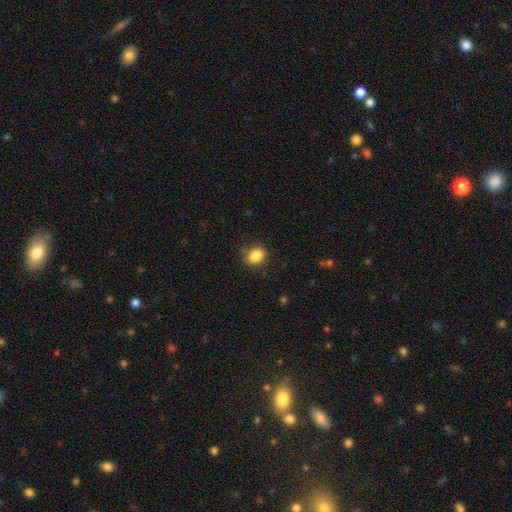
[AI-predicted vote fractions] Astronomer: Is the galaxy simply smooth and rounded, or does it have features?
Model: smooth — 85%.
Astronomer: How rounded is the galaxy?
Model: round — 62%.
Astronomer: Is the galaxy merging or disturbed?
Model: none — 84%.